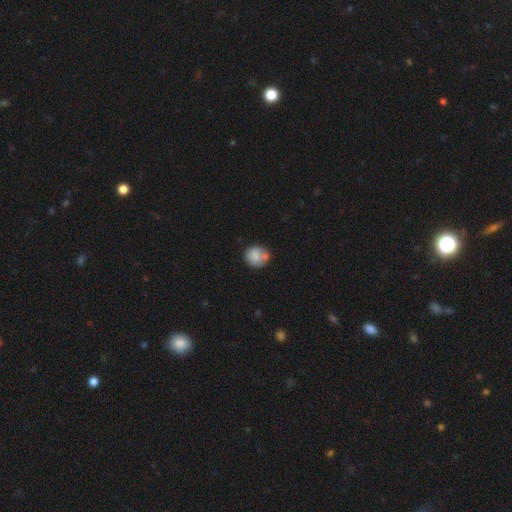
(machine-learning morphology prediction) Overall: smooth (81%). How rounded: round (80%). Merging: none (57%; minor disturbance 21%).